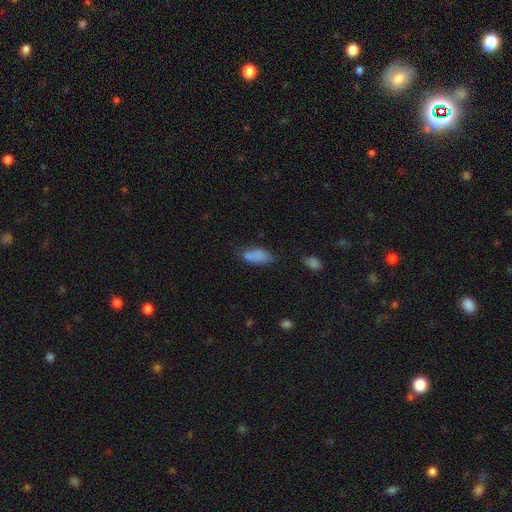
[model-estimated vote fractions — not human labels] smooth 78%, featured or disk 13%, star or artifact 9%. Down the decision tree: how rounded — in between (87%); merging — none (47%).